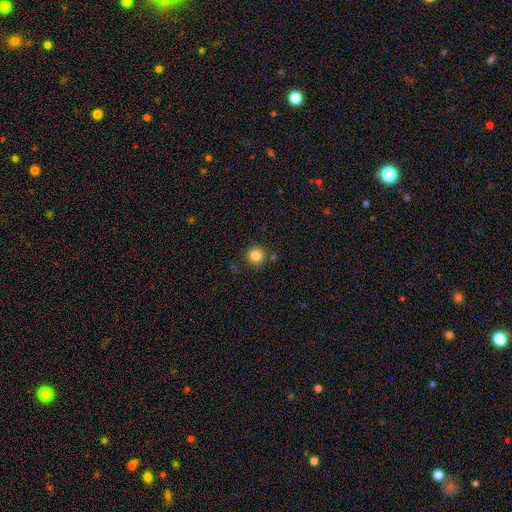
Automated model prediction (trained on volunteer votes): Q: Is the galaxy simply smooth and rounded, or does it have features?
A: smooth — 83%.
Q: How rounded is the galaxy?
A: round — 94%.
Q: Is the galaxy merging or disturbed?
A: none — 82%.